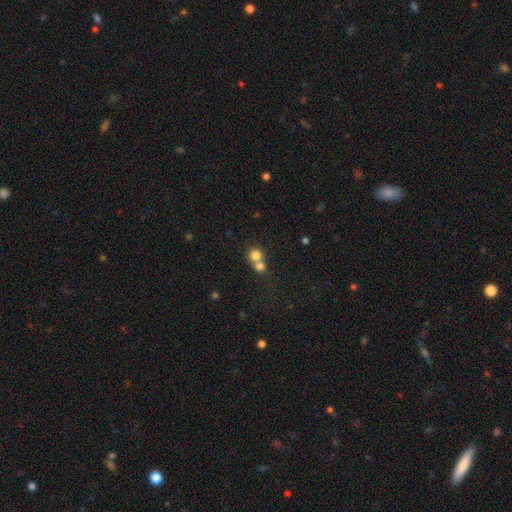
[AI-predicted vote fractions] smooth-or-featured: smooth: 78% | star or artifact: 12% | featured or disk: 11%
  how-rounded: round: 87% | in between: 12% | cigar-shaped: 1%
  merging: merger: 57% | none: 36% | minor disturbance: 5% | major disturbance: 2%